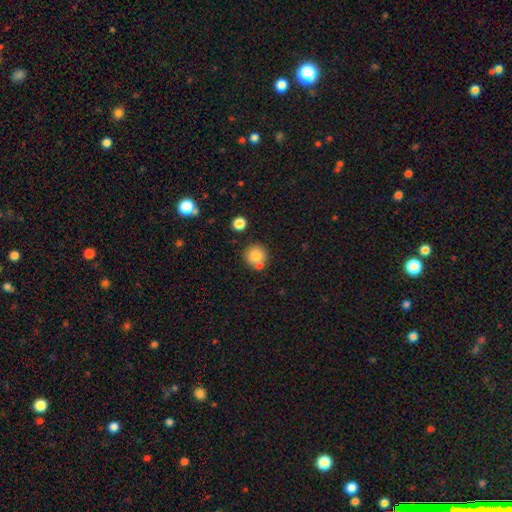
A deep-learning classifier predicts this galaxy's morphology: smooth-or-featured: smooth: 81% | star or artifact: 10% | featured or disk: 9%
  how-rounded: round: 92% | in between: 7% | cigar-shaped: 1%
  merging: none: 68% | merger: 19% | minor disturbance: 10% | major disturbance: 3%